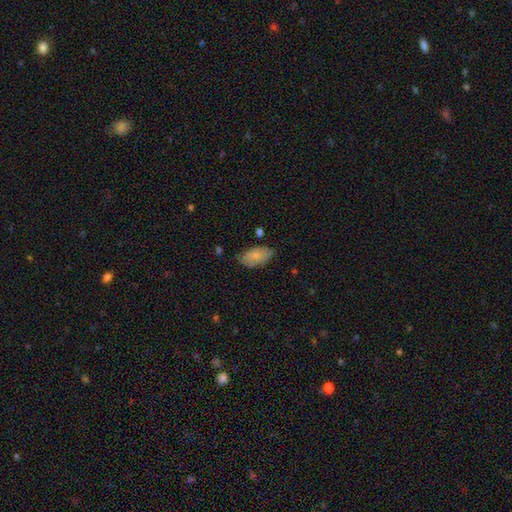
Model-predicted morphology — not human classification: Smooth or featured?
  - smooth: 80% *
  - featured or disk: 14%
  - star or artifact: 7%
How rounded?
  - in between: 94% *
  - round: 3%
  - cigar-shaped: 2%
Merging?
  - none: 70% *
  - minor disturbance: 23%
  - major disturbance: 5%
  - merger: 2%